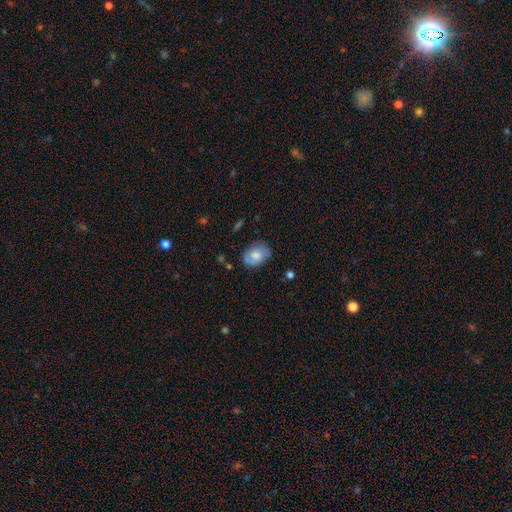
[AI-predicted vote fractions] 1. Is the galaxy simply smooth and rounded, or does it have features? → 60% smooth, 32% featured or disk, 7% star or artifact.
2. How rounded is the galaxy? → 75% in between, 24% round, 1% cigar-shaped.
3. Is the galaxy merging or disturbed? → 70% none, 22% minor disturbance, 6% major disturbance, 2% merger.